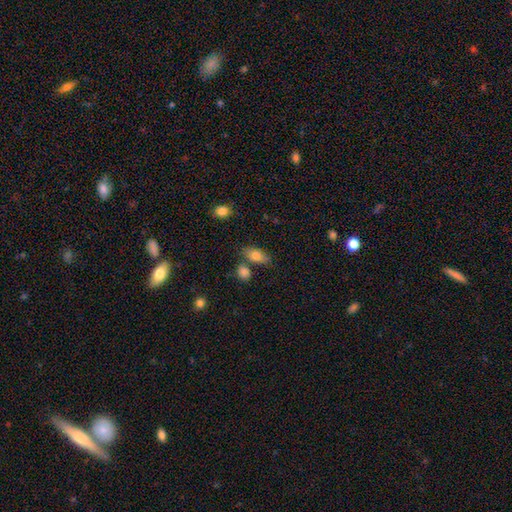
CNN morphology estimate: Smooth or featured? smooth (78%)
How rounded? in between (85%)
Merging? none (66%)